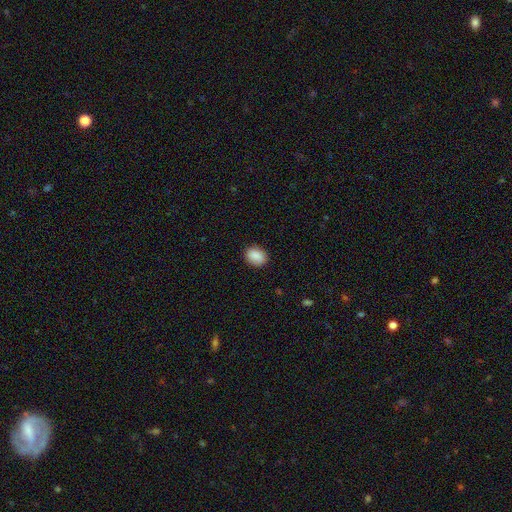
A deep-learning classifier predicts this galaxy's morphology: smooth 88%, star or artifact 7%, featured or disk 4%. Down the decision tree: how rounded — in between (63%); merging — none (85%).